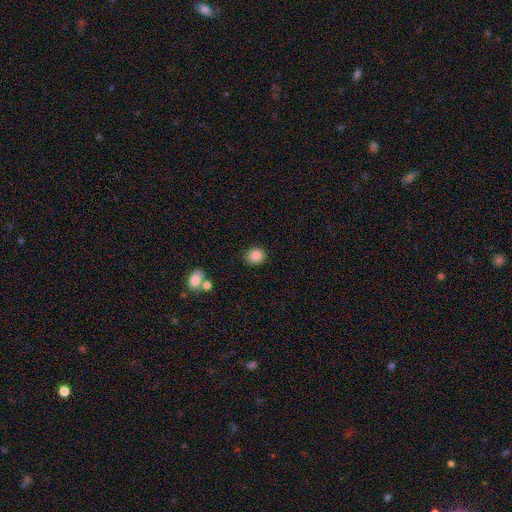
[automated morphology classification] Overall: smooth (86%). How rounded: round (71%). Merging: none (84%).